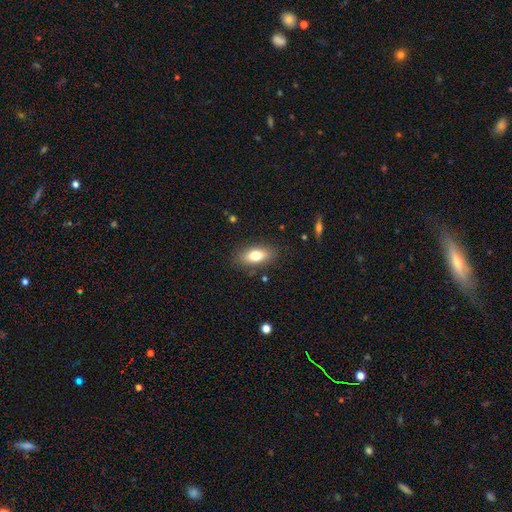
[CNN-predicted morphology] A smooth galaxy with no disk features (77%) that is in between round and cigar-shaped (84%).

Vote fractions:
- Smooth or featured? smooth: 77% / featured or disk: 15% / star or artifact: 8%
- How rounded? in between: 84% / cigar-shaped: 11% / round: 5%
- Merging? none: 85% / minor disturbance: 11% / major disturbance: 3% / merger: 1%